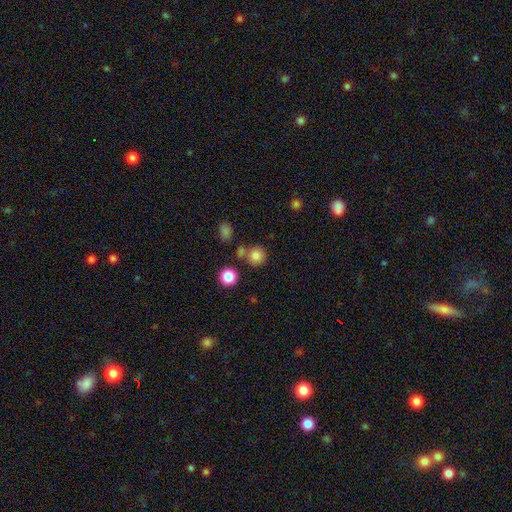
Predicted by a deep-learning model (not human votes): Overall: smooth (80%). How rounded: round (91%). Merging: none (72%).